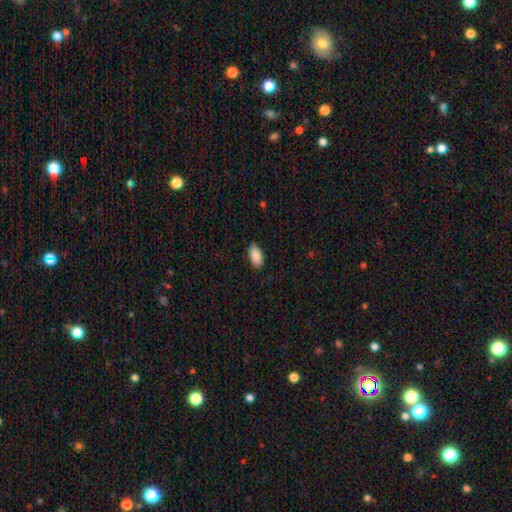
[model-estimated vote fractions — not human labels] A smooth galaxy with no disk features (90%) that is in between round and cigar-shaped (93%).

Vote fractions:
- Smooth or featured? smooth: 90% / star or artifact: 6% / featured or disk: 4%
- How rounded? in between: 93% / cigar-shaped: 4% / round: 3%
- Merging? none: 86% / minor disturbance: 11% / major disturbance: 2% / merger: 1%